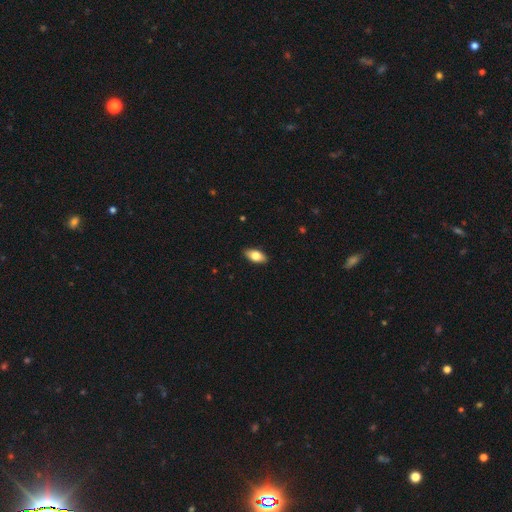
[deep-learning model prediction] Smooth or featured? Predicted: smooth (p=0.77). How rounded? Predicted: in between (p=0.89). Merging? Predicted: none (p=0.89).